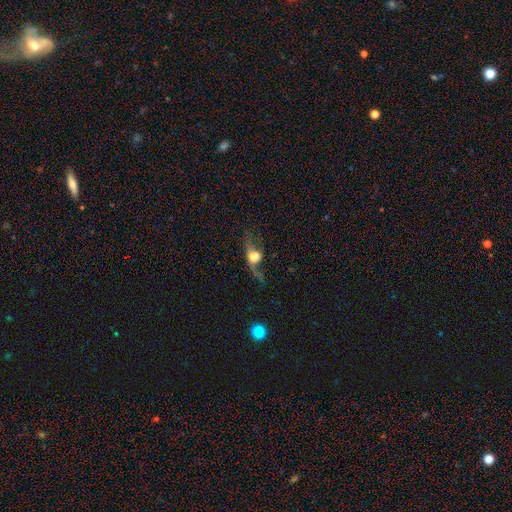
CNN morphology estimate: smooth_or_featured: featured or disk (p=0.47) [alt: smooth p=0.38]
merging: major disturbance (p=0.33) [alt: none p=0.31]